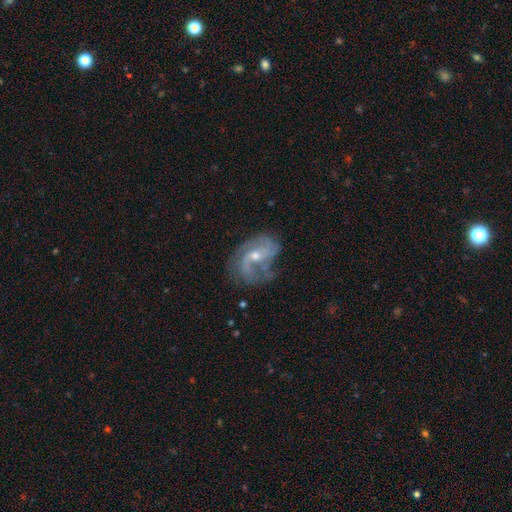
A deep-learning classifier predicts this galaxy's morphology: Overall: featured or disk (84%). Edge-on disk: no (97%). Bar: no (47%; weak 41%). Spiral arms: yes (93%). Spiral arm count: 2 (54%; 3 17%). Spiral winding: medium (44%; loose 39%). Bulge size: small (51%; moderate 45%). Merging: none (53%; minor disturbance 25%).